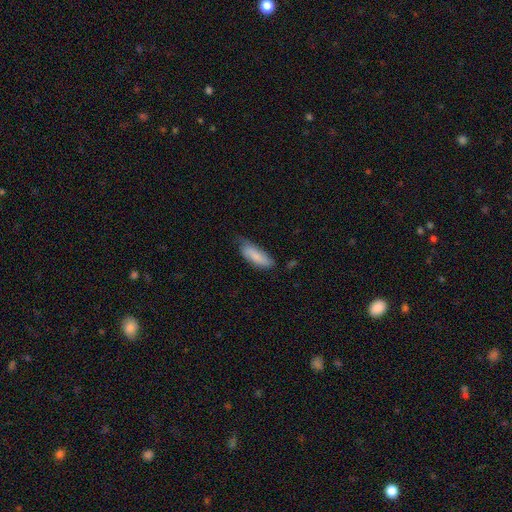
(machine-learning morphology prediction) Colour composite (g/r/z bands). It shows a smooth galaxy with no disk features (78%) that is in between round and cigar-shaped (63%). Merging: none (56%).